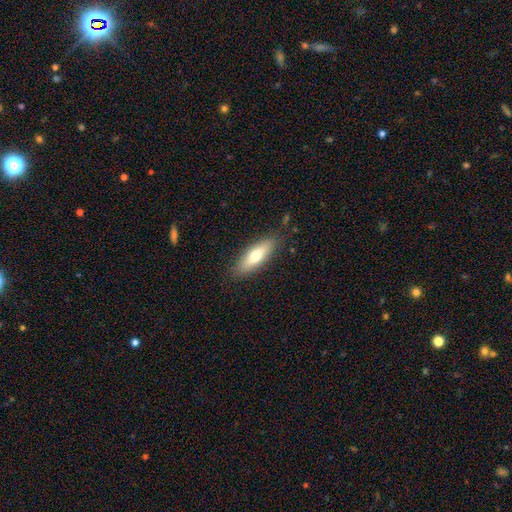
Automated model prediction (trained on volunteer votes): smooth 69%, featured or disk 24%, star or artifact 6%. Down the decision tree: how rounded — in between (54%); merging — none (86%).